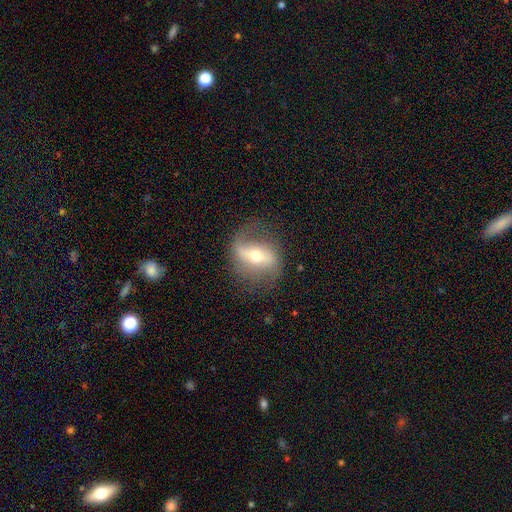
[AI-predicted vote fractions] Smooth or featured? Predicted: featured or disk (p=0.74). Edge-on disk? Predicted: no (p=0.90). Bar? Predicted: strong (p=0.52). Spiral arms? Predicted: yes (p=0.79). Spiral winding? Predicted: loose (p=0.63). Spiral arm count? Predicted: 2 (p=0.79). Bulge size? Predicted: moderate (p=0.59). Merging? Predicted: none (p=0.68).